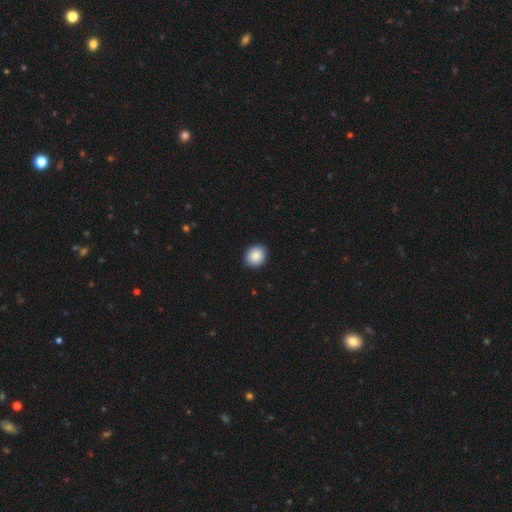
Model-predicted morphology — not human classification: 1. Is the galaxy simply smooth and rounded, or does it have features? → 88% smooth, 8% star or artifact, 4% featured or disk.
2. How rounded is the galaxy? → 76% round, 23% in between, 1% cigar-shaped.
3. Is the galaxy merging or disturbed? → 90% none, 8% minor disturbance, 2% major disturbance, 1% merger.